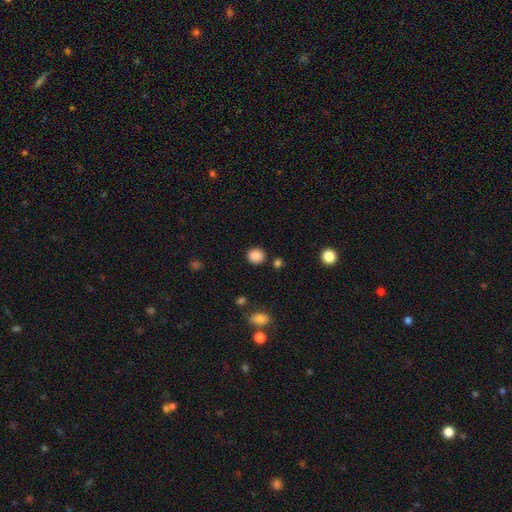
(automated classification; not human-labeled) A smooth galaxy with no disk features (87%) that is round (85%). Merging: none (87%).